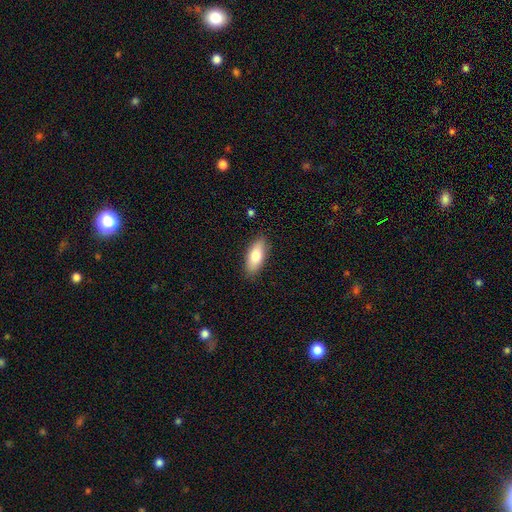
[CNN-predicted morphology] Overall: smooth (78%). How rounded: in between (78%). Merging: none (86%).